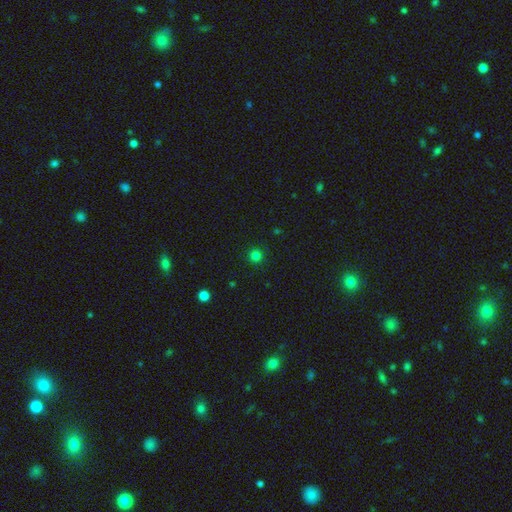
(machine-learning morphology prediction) A smooth galaxy with no disk features (80%) that is round (96%). Merging: none (92%).